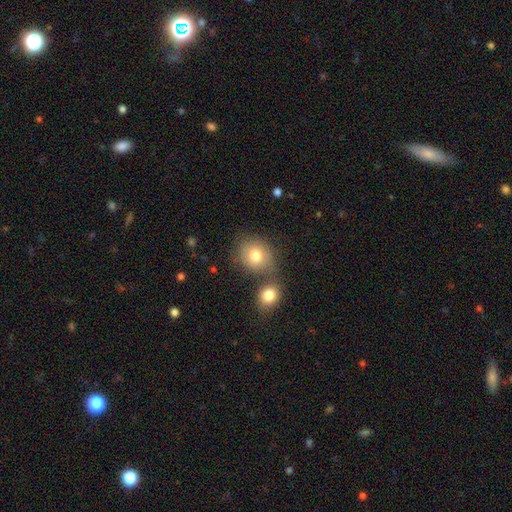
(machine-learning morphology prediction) Q: Smooth or featured?
A: smooth (79%); runner-up: featured or disk (11%)
Q: How rounded?
A: round (71%); runner-up: in between (28%)
Q: Merging?
A: none (52%); runner-up: merger (32%)